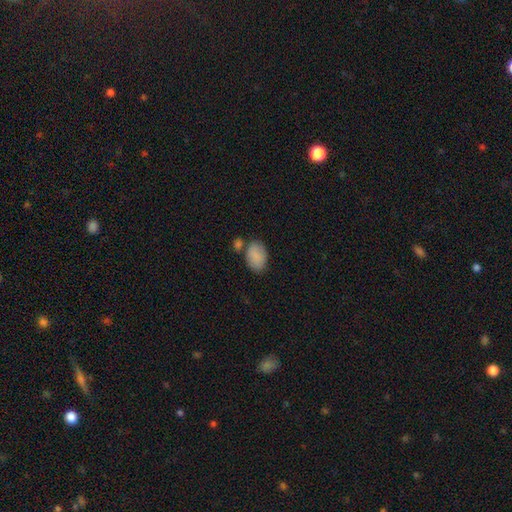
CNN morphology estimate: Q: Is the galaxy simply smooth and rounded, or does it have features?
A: smooth — 86%.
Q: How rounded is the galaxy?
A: in between — 89%.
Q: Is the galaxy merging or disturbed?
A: none — 59%.